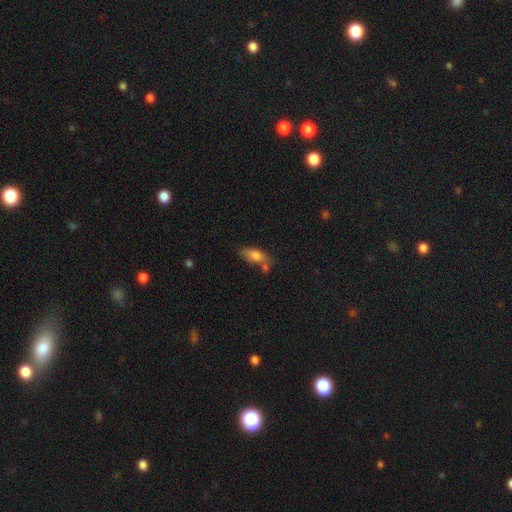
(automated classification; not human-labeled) smooth-or-featured: smooth: 75% | featured or disk: 17% | star or artifact: 8%
  how-rounded: in between: 77% | cigar-shaped: 19% | round: 4%
  merging: none: 54% | minor disturbance: 20% | merger: 20% | major disturbance: 6%